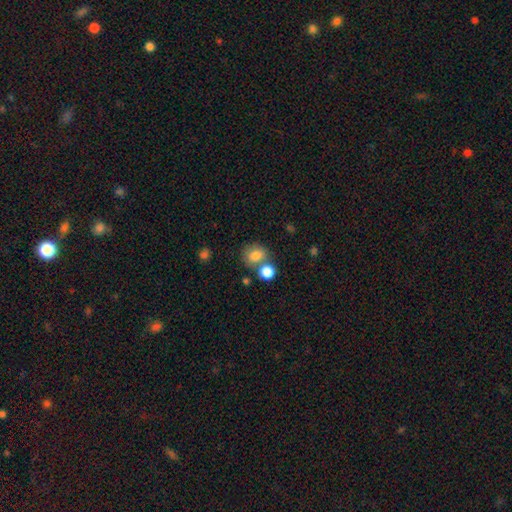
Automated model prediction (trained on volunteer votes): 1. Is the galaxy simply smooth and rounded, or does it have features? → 80% smooth, 10% star or artifact, 9% featured or disk.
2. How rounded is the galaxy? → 69% round, 30% in between, 1% cigar-shaped.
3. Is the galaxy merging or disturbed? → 55% none, 30% merger, 11% minor disturbance, 4% major disturbance.